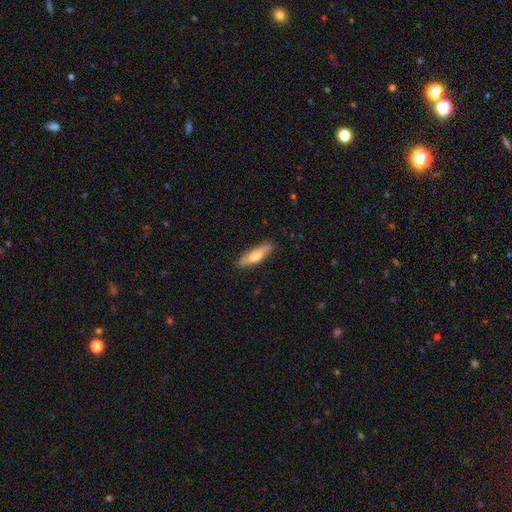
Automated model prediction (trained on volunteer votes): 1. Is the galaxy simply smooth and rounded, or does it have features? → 59% smooth, 35% featured or disk, 5% star or artifact.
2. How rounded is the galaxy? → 64% cigar-shaped, 34% in between, 2% round.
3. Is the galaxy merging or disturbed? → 85% none, 12% minor disturbance, 2% major disturbance, 1% merger.